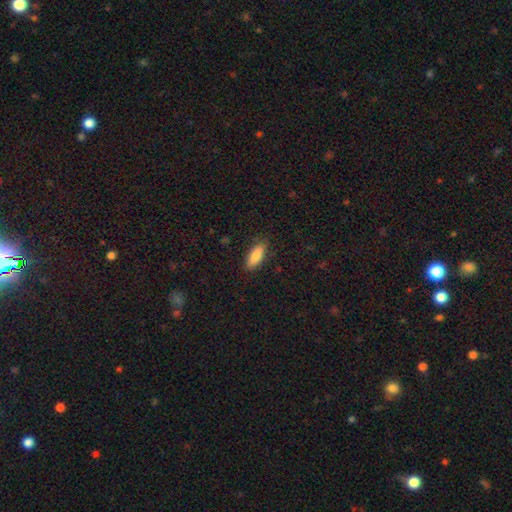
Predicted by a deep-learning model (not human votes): Overall: smooth (85%). How rounded: in between (72%). Merging: none (85%).